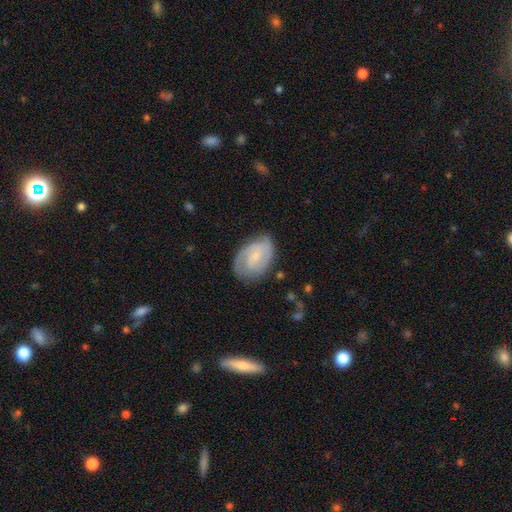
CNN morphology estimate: Smooth or featured? featured or disk (72%)
Edge-on disk? no (97%)
Bar? no (50%)
Spiral arms? yes (91%)
Spiral winding? tight (47%)
Spiral arm count? 2 (57%)
Bulge size? small (69%)
Merging? none (67%)